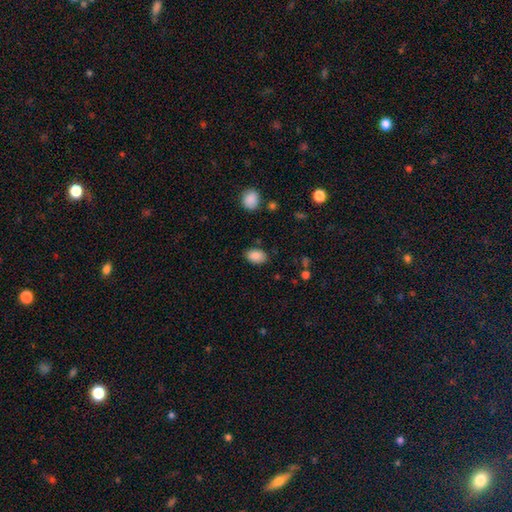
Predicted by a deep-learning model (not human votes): smooth-or-featured: smooth: 88% | star or artifact: 8% | featured or disk: 4%
  how-rounded: in between: 88% | round: 10% | cigar-shaped: 1%
  merging: none: 83% | minor disturbance: 12% | major disturbance: 3% | merger: 2%